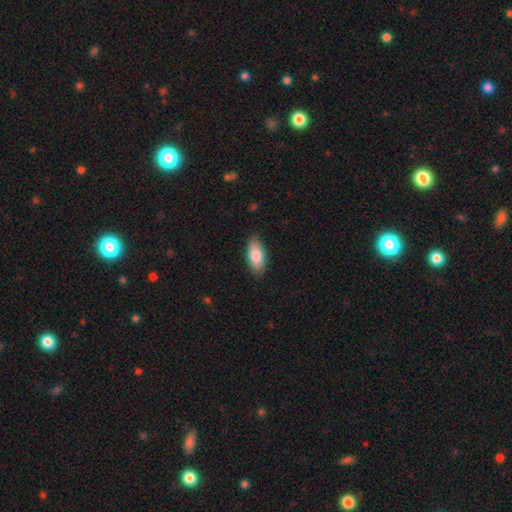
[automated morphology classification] smooth 84%, featured or disk 10%, star or artifact 6%. Down the decision tree: how rounded — in between (87%); merging — none (85%).